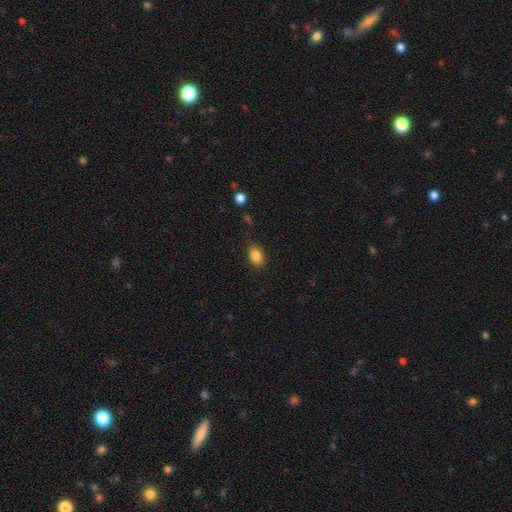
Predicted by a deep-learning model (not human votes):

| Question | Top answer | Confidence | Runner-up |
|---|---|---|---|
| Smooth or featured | smooth | 85% | star or artifact (9%) |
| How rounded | in between | 80% | round (19%) |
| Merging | none | 84% | minor disturbance (11%) |